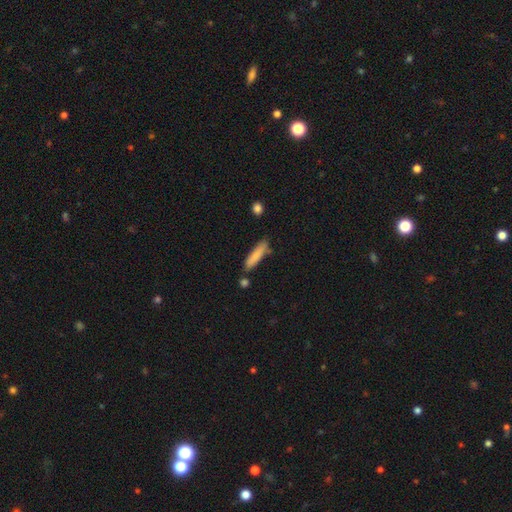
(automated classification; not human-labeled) The model was most divided on "merging": none: 70%, minor disturbance: 19%, merger: 7%, major disturbance: 4%. More confident: smooth or featured — smooth (82%); how rounded — cigar-shaped (79%).